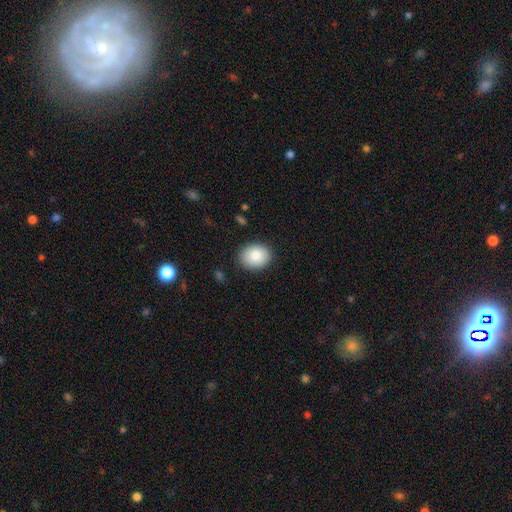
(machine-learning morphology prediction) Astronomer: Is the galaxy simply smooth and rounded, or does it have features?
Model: smooth — 86%.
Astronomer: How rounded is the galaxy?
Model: in between — 53% (runner-up: round, 47%).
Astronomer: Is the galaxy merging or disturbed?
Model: none — 87%.